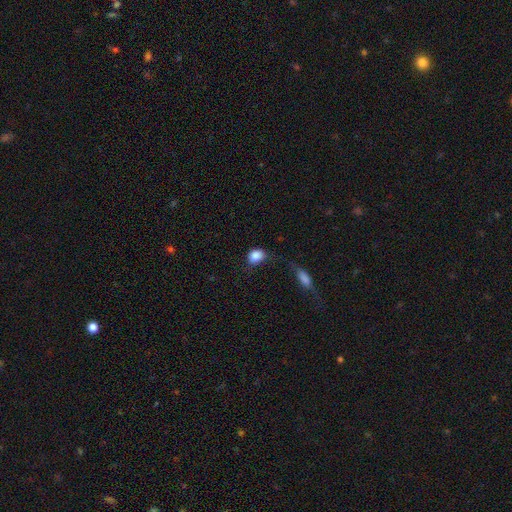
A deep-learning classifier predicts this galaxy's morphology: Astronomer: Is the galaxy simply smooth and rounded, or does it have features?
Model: smooth — 86%.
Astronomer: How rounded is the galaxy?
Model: round — 50% (runner-up: in between, 49%).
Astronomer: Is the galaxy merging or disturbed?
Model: none — 57%.